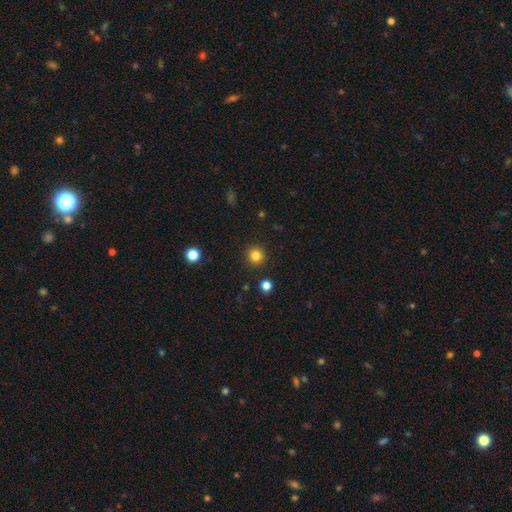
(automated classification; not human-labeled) Overall: smooth (82%). How rounded: round (95%). Merging: none (92%).